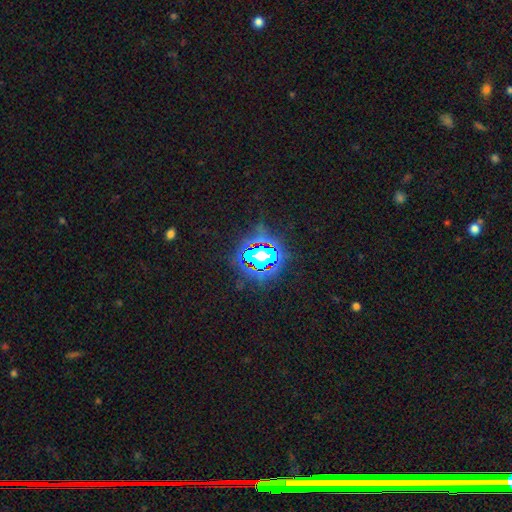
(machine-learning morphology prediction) A star or artifact, not a galaxy (75%).

Vote fractions:
- Smooth or featured? star or artifact: 75% / smooth: 15% / featured or disk: 10%